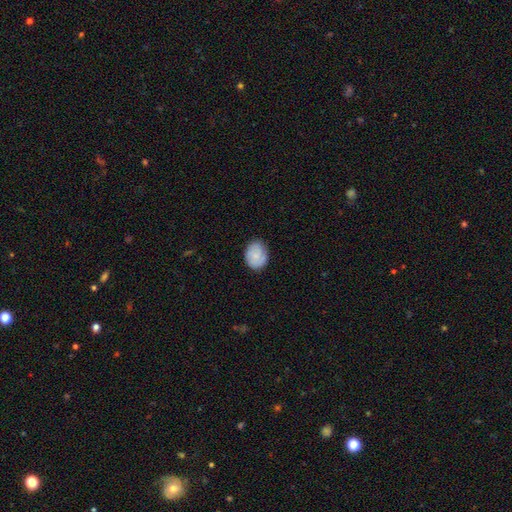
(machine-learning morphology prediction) Overall: smooth (70%). How rounded: in between (53%; round 46%). Merging: none (79%).